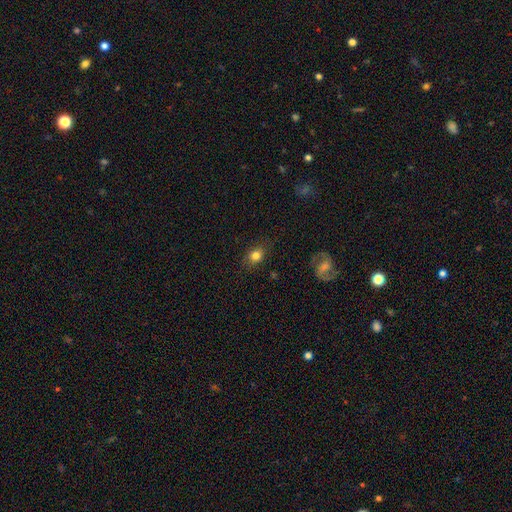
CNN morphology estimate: This is likely a smooth galaxy (79%). How rounded: possibly in between (50%). Merging: likely none (80%).